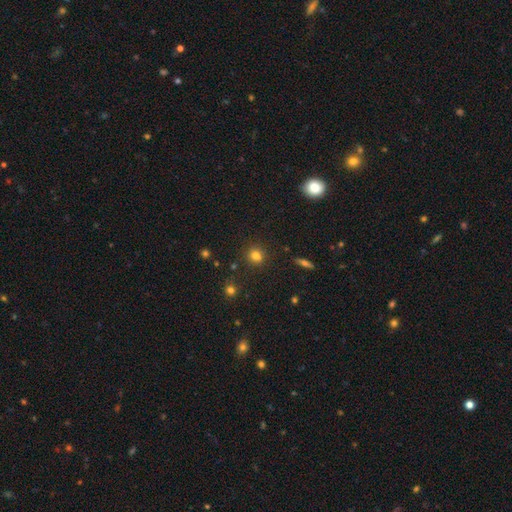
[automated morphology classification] The model was most divided on "how rounded": round: 71%, in between: 27%, cigar-shaped: 2%. More confident: merging — none (76%); smooth or featured — smooth (74%).